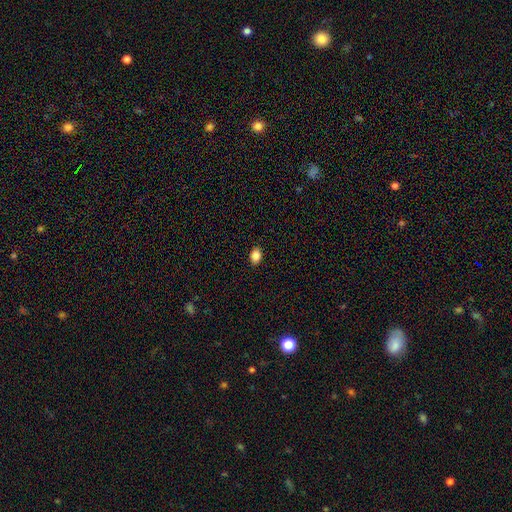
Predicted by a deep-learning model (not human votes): A smooth galaxy with no disk features (87%) that is in between round and cigar-shaped (80%).

Vote fractions:
- Smooth or featured? smooth: 87% / star or artifact: 9% / featured or disk: 5%
- How rounded? in between: 80% / round: 19% / cigar-shaped: 1%
- Merging? none: 90% / minor disturbance: 8% / major disturbance: 2% / merger: 1%